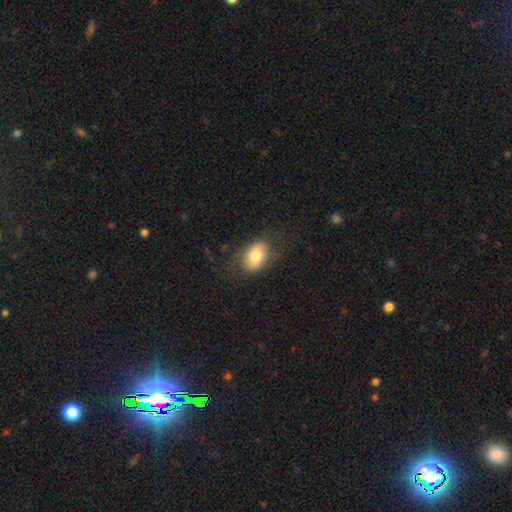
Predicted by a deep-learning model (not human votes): Smooth or featured? Predicted: smooth (p=0.75). How rounded? Predicted: in between (p=0.82). Merging? Predicted: none (p=0.70).